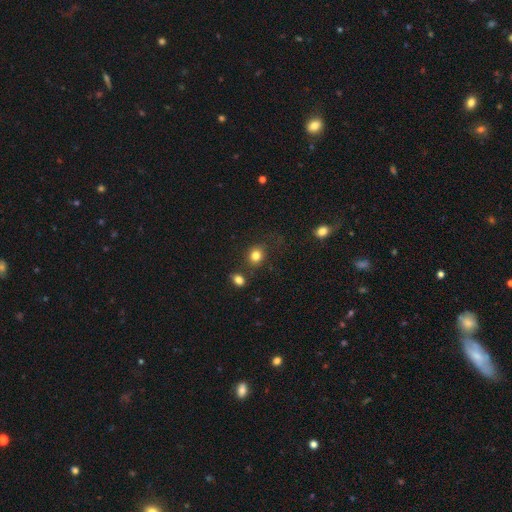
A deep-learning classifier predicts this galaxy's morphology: smooth_or_featured: smooth (p=0.82) [alt: star or artifact p=0.12]
how_rounded: round (p=0.74) [alt: in between p=0.25]
merging: none (p=0.75) [alt: minor disturbance p=0.12]